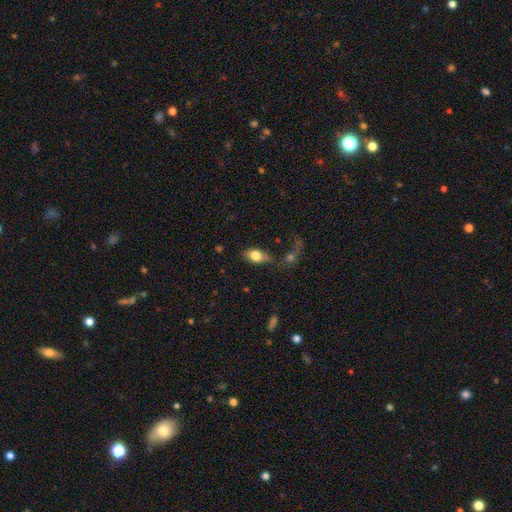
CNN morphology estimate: Smooth or featured? Predicted: smooth (p=0.74). How rounded? Predicted: in between (p=0.83). Merging? Predicted: none (p=0.55).